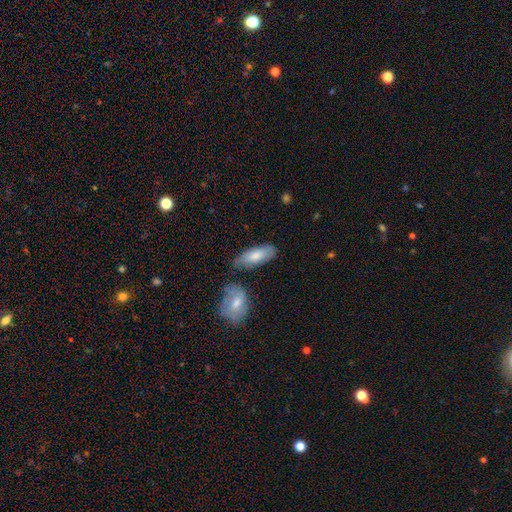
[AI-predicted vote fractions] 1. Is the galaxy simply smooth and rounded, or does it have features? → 78% smooth, 17% featured or disk, 5% star or artifact.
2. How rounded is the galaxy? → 76% in between, 21% cigar-shaped, 2% round.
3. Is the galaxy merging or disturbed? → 69% none, 19% minor disturbance, 7% merger, 4% major disturbance.